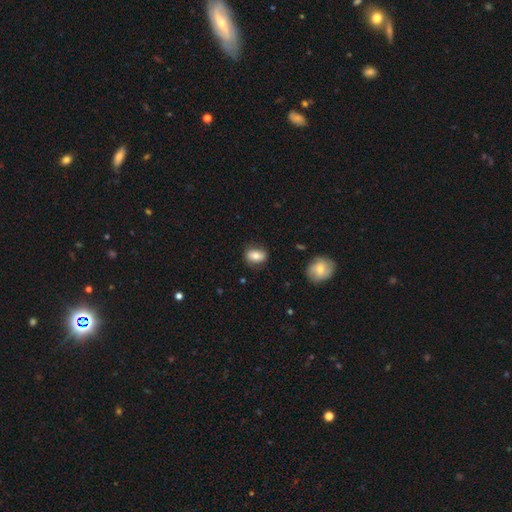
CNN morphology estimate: smooth_or_featured: smooth (p=0.75) [alt: featured or disk p=0.16]
how_rounded: in between (p=0.74) [alt: round p=0.24]
merging: none (p=0.78) [alt: minor disturbance p=0.16]